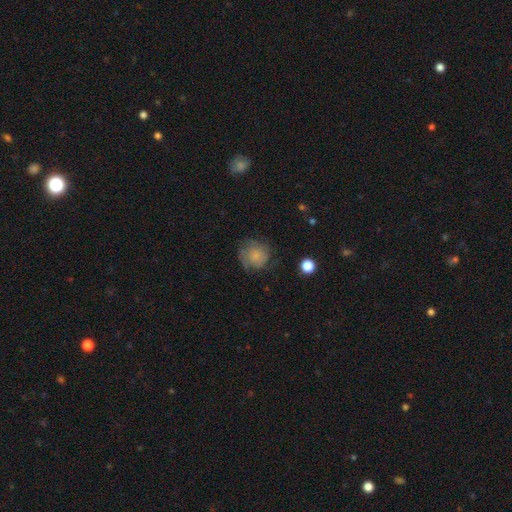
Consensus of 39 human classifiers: smooth 72%, featured or disk 21%, star or artifact 8%. Down the decision tree: how rounded — round (82%); merging — none (50%).